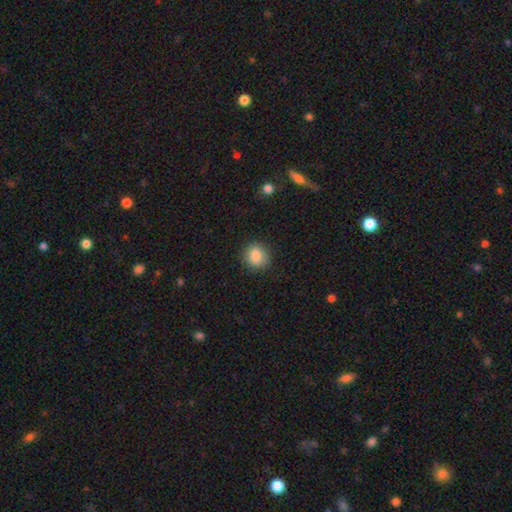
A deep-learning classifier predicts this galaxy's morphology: Smooth or featured: smooth — 87% (star or artifact — 9%)
How rounded: round — 82% (in between — 17%)
Merging: none — 87% (minor disturbance — 9%)